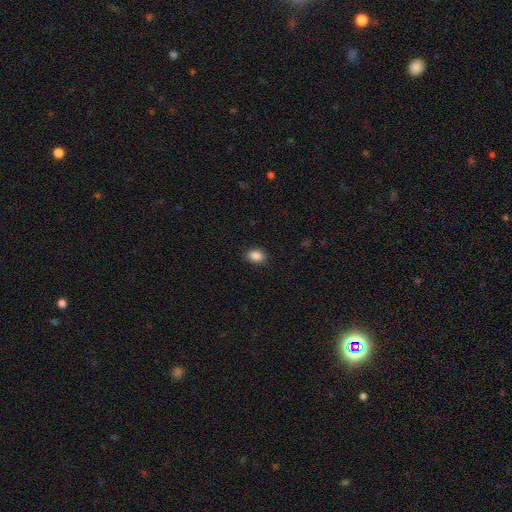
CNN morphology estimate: This is clearly a smooth galaxy (87%). How rounded: likely in between (77%). Merging: clearly none (88%).